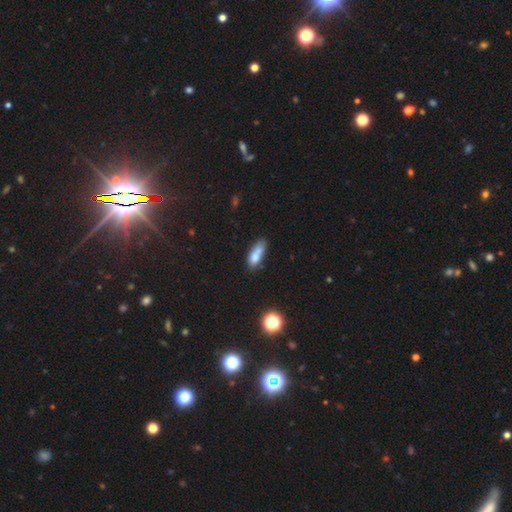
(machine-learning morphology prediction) This appears to be a smooth galaxy with no disk features (70%) that is in between round and cigar-shaped (69%). Merging: merger (37%).